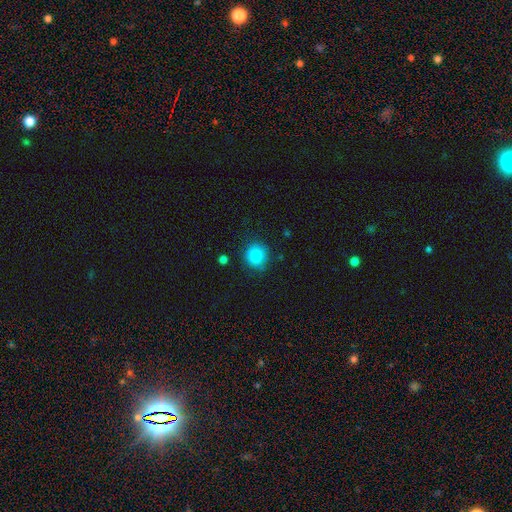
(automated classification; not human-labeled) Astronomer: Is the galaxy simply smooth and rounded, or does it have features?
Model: smooth — 87%.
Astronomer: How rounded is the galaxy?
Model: round — 88%.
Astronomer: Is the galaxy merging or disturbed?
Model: none — 81%.